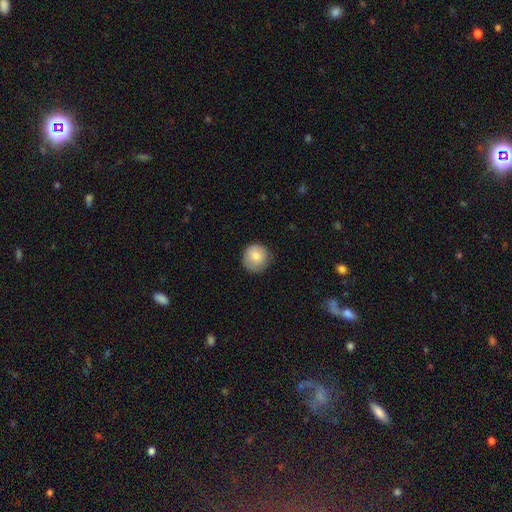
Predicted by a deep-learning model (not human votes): smooth_or_featured: smooth (p=0.83) [alt: featured or disk p=0.10]
how_rounded: round (p=0.94) [alt: in between p=0.05]
merging: none (p=0.85) [alt: minor disturbance p=0.12]